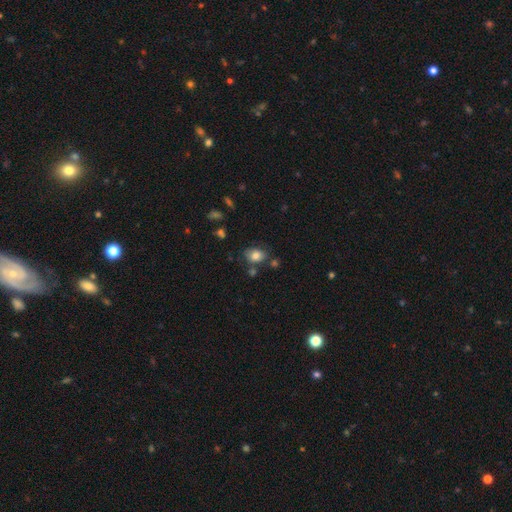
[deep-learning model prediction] smooth 81%, star or artifact 10%, featured or disk 9%. Down the decision tree: how rounded — in between (70%); merging — none (70%).